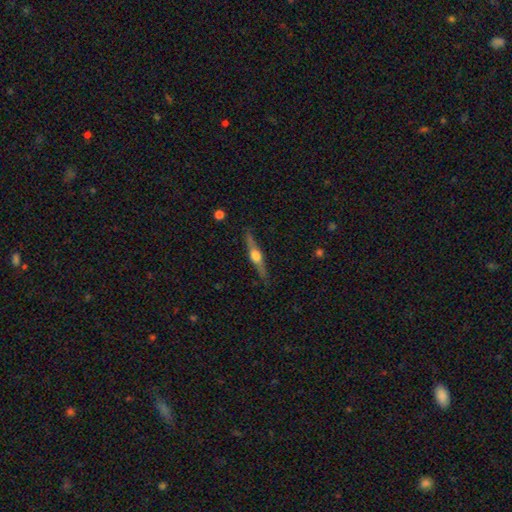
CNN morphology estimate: Smooth or featured? featured or disk (71%)
Edge-on disk? yes (97%)
Edge-on bulge? rounded (93%)
Merging? none (86%)